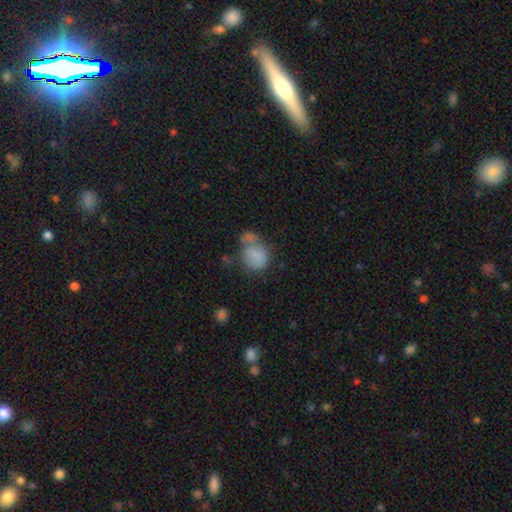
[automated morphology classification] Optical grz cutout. It shows a smooth galaxy with no disk features (78%) that is round (57%). Merging: merger (39%).